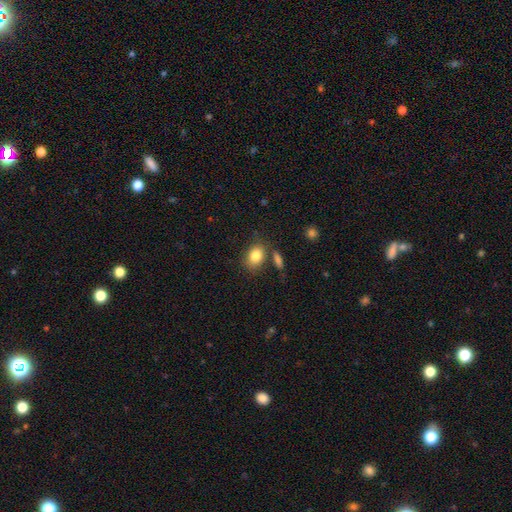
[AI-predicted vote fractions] The model was most divided on "how rounded": in between: 67%, round: 31%, cigar-shaped: 1%. More confident: smooth or featured — smooth (84%); merging — none (70%).